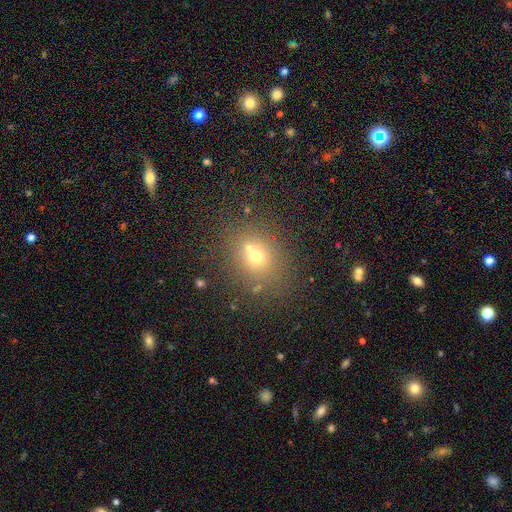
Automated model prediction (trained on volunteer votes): This is likely a smooth galaxy (62%). How rounded: likely round (62%). Merging: likely none (62%).